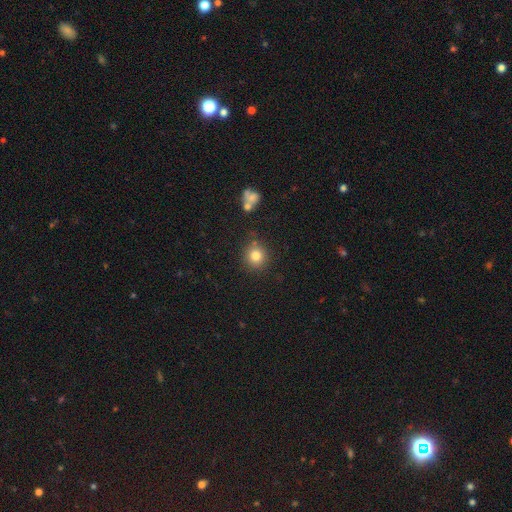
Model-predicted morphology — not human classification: This is clearly a smooth galaxy (81%). How rounded: clearly round (89%). Merging: clearly none (81%).